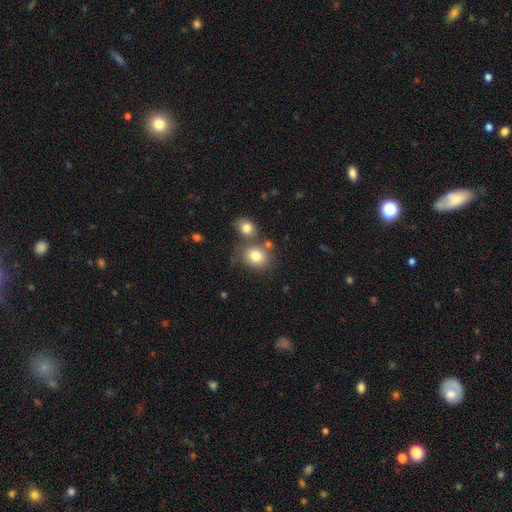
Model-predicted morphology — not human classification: smooth-or-featured: smooth: 80% | star or artifact: 10% | featured or disk: 10%
  how-rounded: round: 72% | in between: 27% | cigar-shaped: 1%
  merging: none: 60% | merger: 25% | minor disturbance: 11% | major disturbance: 4%